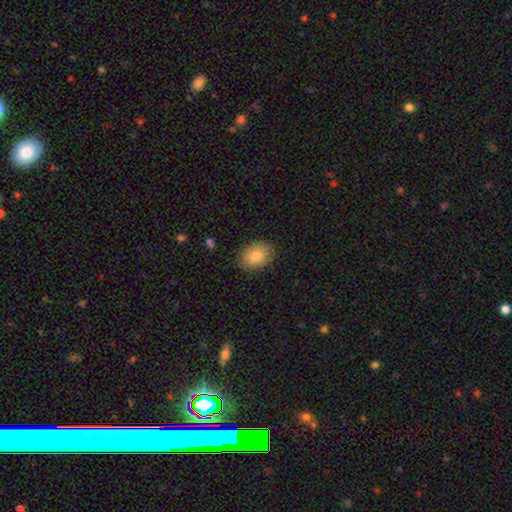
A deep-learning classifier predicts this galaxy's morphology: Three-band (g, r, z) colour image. It shows a smooth galaxy with no disk features (85%) that is in between round and cigar-shaped (72%). Merging: none (87%).